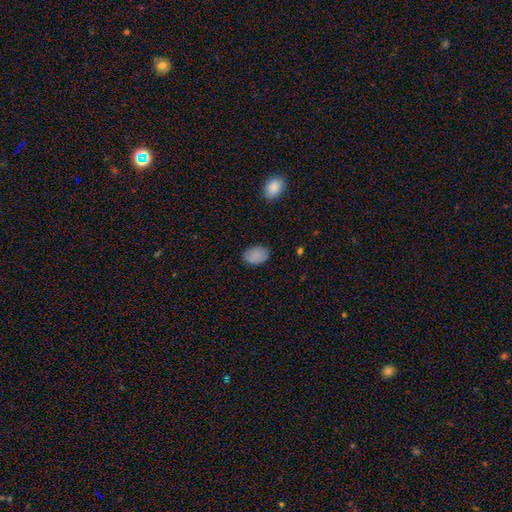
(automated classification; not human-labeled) Overall: smooth (87%). How rounded: in between (85%). Merging: none (84%).